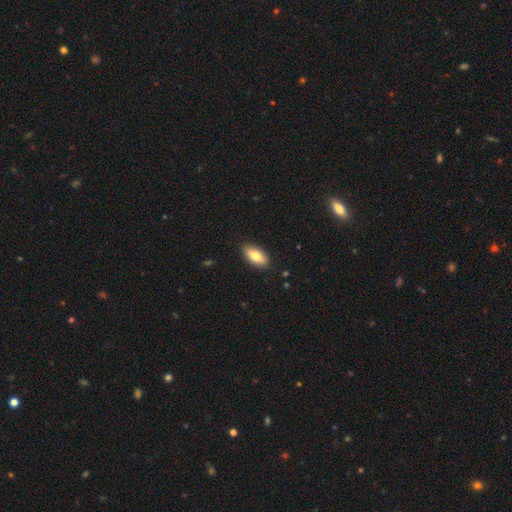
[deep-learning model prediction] Morphology: type=smooth (78%); roundness=in between (87%); merging=none (88%).